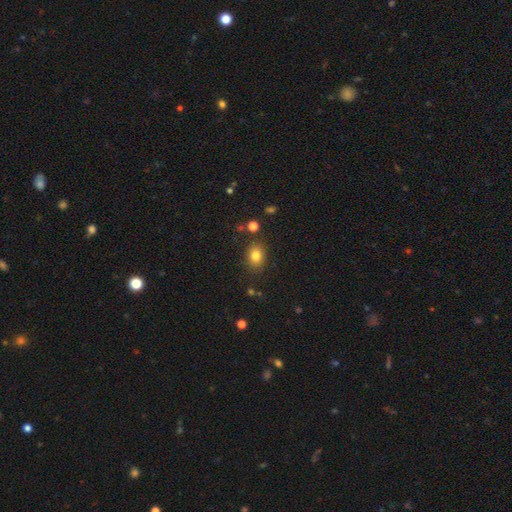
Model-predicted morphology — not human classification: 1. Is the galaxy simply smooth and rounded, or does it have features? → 81% smooth, 12% star or artifact, 8% featured or disk.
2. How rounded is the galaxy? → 58% in between, 41% round, 1% cigar-shaped.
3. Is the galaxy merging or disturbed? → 84% none, 10% minor disturbance, 3% merger, 3% major disturbance.